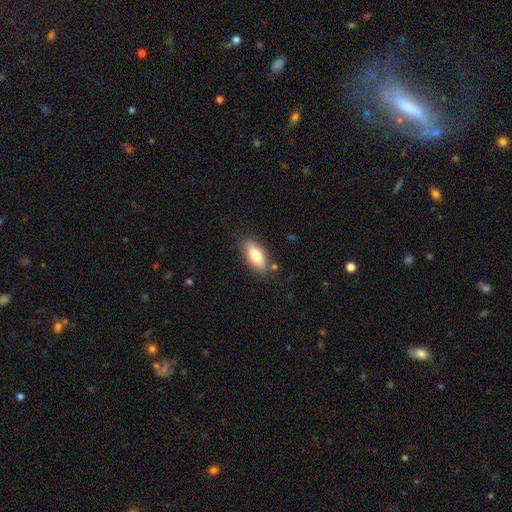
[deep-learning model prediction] Smooth or featured: smooth — 78% (featured or disk — 15%)
How rounded: in between — 81% (cigar-shaped — 16%)
Merging: none — 82% (minor disturbance — 12%)